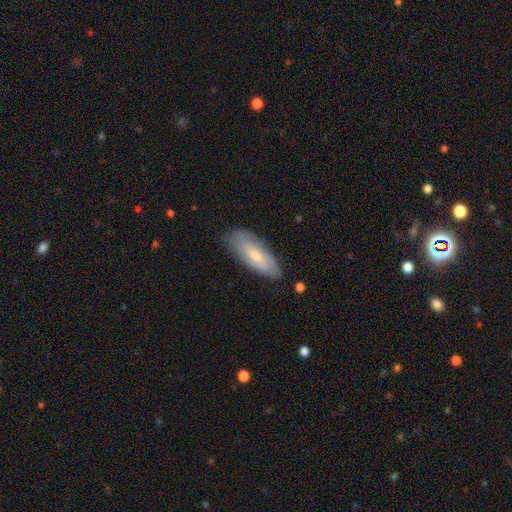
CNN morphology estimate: Smooth or featured: smooth — 56% (featured or disk — 37%)
How rounded: in between — 70% (cigar-shaped — 28%)
Merging: none — 80% (minor disturbance — 16%)